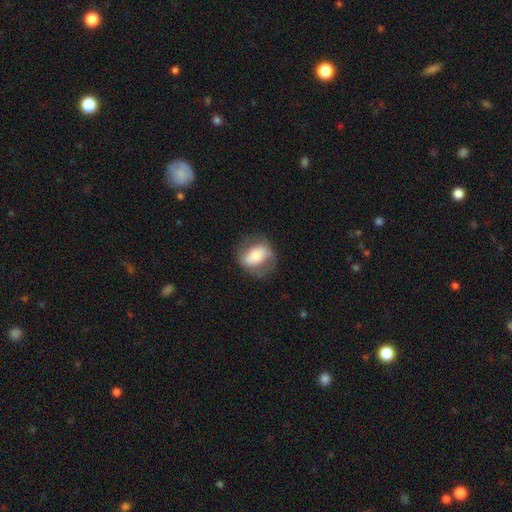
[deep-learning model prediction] This appears to be a smooth galaxy with no disk features (54%) that is in between round and cigar-shaped (69%). Merging: none (69%).